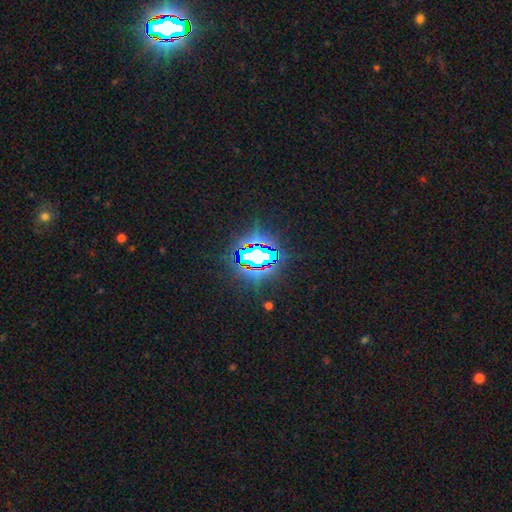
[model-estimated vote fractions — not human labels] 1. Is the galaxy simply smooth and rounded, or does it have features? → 79% star or artifact, 11% smooth, 10% featured or disk.